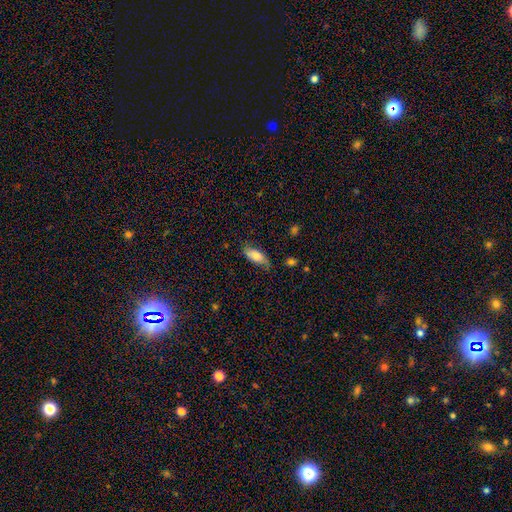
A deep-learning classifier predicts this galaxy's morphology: smooth_or_featured: smooth (p=0.75) [alt: featured or disk p=0.18]
how_rounded: in between (p=0.82) [alt: cigar-shaped p=0.16]
merging: none (p=0.66) [alt: minor disturbance p=0.26]